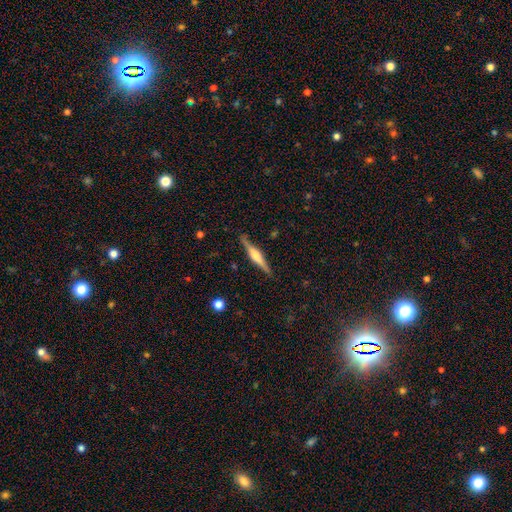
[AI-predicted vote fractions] A featured or disk galaxy (71%) viewed edge-on (98%) with a rounded central bulge (76%).

Vote fractions:
- Smooth or featured? featured or disk: 71% / smooth: 24% / star or artifact: 6%
- Edge-on disk? yes: 98% / no: 2%
- Edge-on bulge? rounded: 76% / boxy: 18% / none: 6%
- Merging? none: 88% / minor disturbance: 9% / major disturbance: 2% / merger: 1%